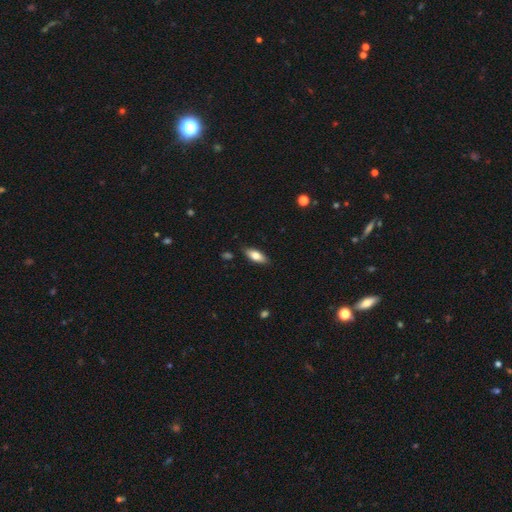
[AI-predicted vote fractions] Smooth or featured? Predicted: smooth (p=0.75). How rounded? Predicted: in between (p=0.80). Merging? Predicted: none (p=0.86).